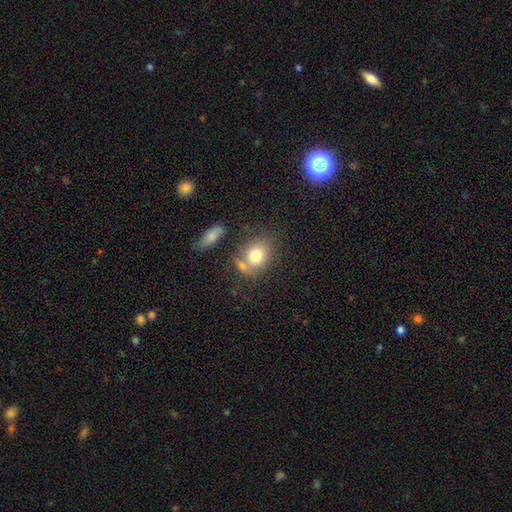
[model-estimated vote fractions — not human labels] Smooth or featured? smooth (77%)
How rounded? round (50%)
Merging? none (56%)